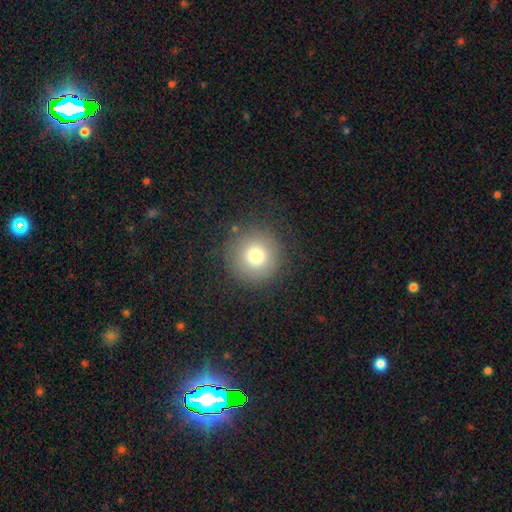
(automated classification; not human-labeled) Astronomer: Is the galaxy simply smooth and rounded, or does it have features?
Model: smooth — 74%.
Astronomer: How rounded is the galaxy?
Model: round — 96%.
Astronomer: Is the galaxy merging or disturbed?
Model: none — 86%.